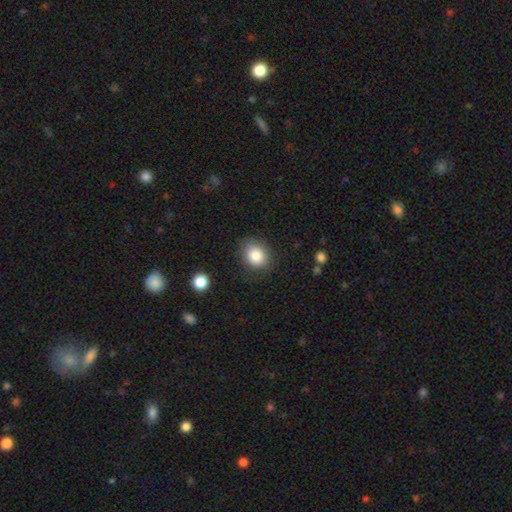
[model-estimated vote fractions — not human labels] A smooth galaxy with no disk features (85%) that is round (59%). Merging: none (81%).